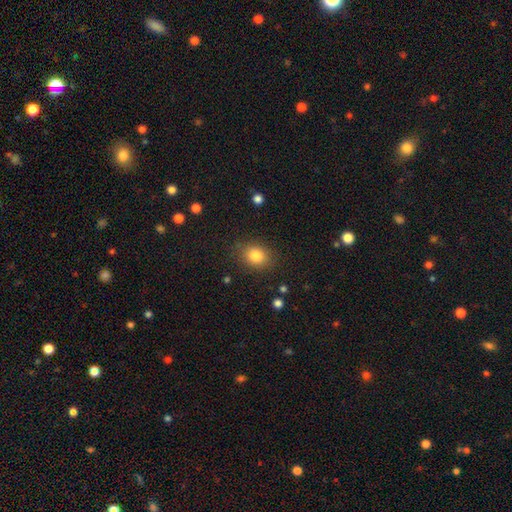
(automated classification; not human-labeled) This is clearly a smooth galaxy (83%). How rounded: possibly round (54%). Merging: clearly none (85%).